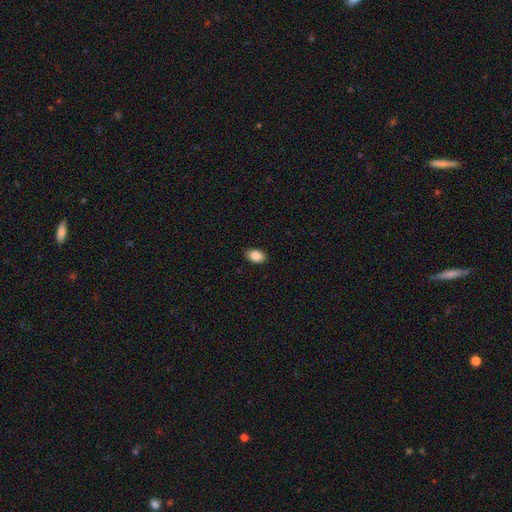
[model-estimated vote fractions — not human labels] Smooth or featured?
  - smooth: 86% *
  - star or artifact: 8%
  - featured or disk: 6%
How rounded?
  - in between: 88% *
  - round: 11%
  - cigar-shaped: 1%
Merging?
  - none: 89% *
  - minor disturbance: 8%
  - major disturbance: 2%
  - merger: 1%